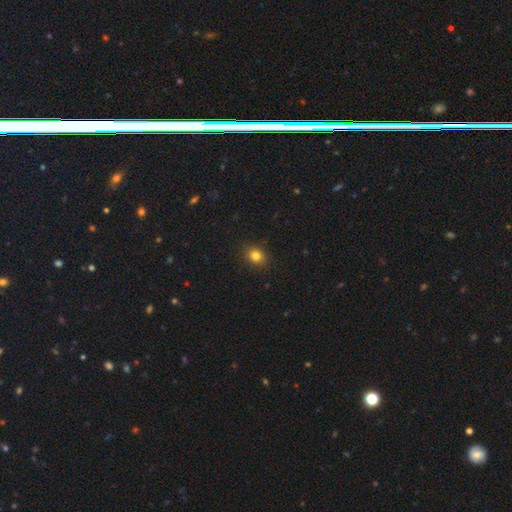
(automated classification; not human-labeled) Overall: smooth (82%). How rounded: round (65%; in between 34%). Merging: none (90%).